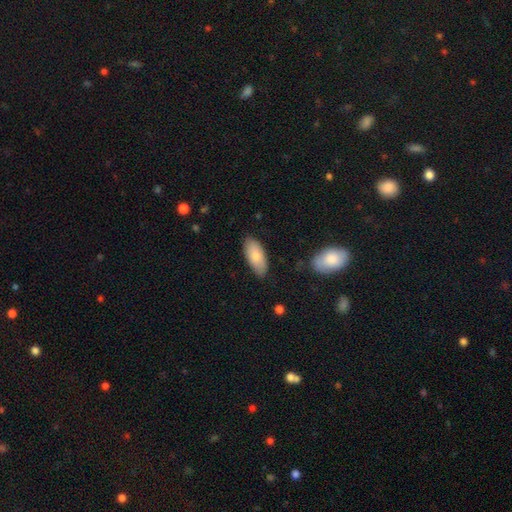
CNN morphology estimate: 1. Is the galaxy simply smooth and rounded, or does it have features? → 79% smooth, 15% featured or disk, 6% star or artifact.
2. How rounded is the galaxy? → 89% in between, 9% cigar-shaped, 2% round.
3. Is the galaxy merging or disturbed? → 83% none, 13% minor disturbance, 2% major disturbance, 2% merger.